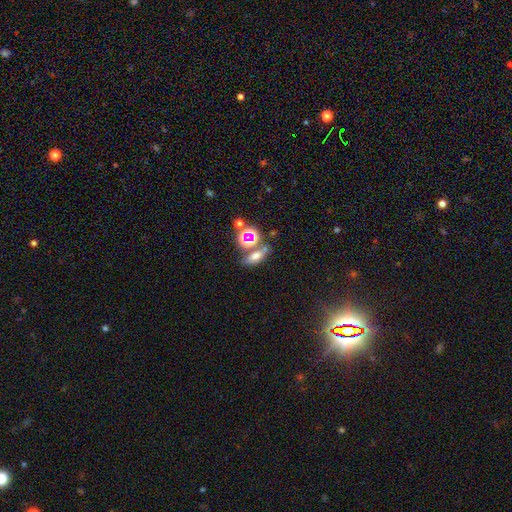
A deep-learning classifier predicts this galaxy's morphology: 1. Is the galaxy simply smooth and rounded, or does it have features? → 60% smooth, 25% star or artifact, 15% featured or disk.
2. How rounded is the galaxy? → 70% in between, 16% round, 14% cigar-shaped.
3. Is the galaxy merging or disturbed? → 56% none, 25% merger, 13% minor disturbance, 7% major disturbance.